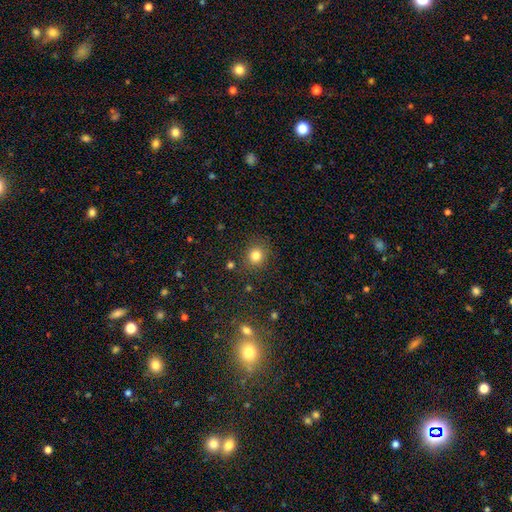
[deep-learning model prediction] A smooth galaxy with no disk features (81%) that is round (84%). Merging: none (84%).